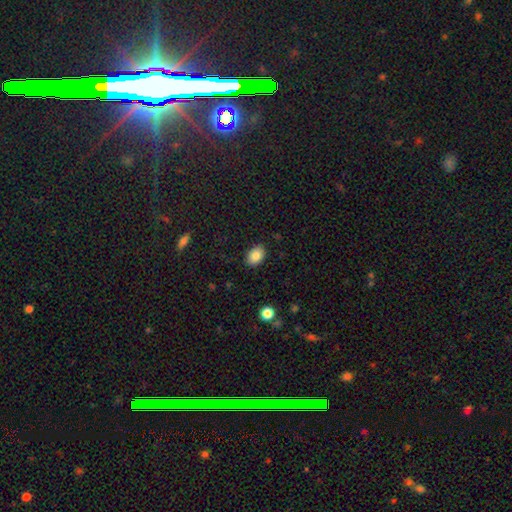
smooth_or_featured: smooth (p=0.95) [alt: featured or disk p=0.03]
how_rounded: in between (p=0.76) [alt: round p=0.24]
merging: none (p=0.79) [alt: minor disturbance p=0.18]